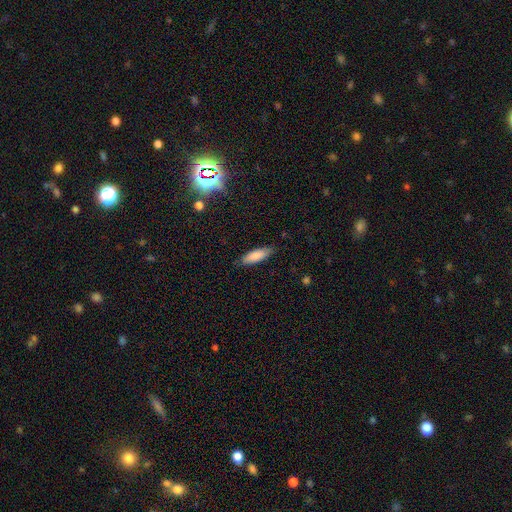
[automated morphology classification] smooth-or-featured: smooth: 83% | featured or disk: 11% | star or artifact: 6%
  how-rounded: in between: 51% | cigar-shaped: 47% | round: 2%
  merging: none: 84% | minor disturbance: 12% | major disturbance: 2% | merger: 1%